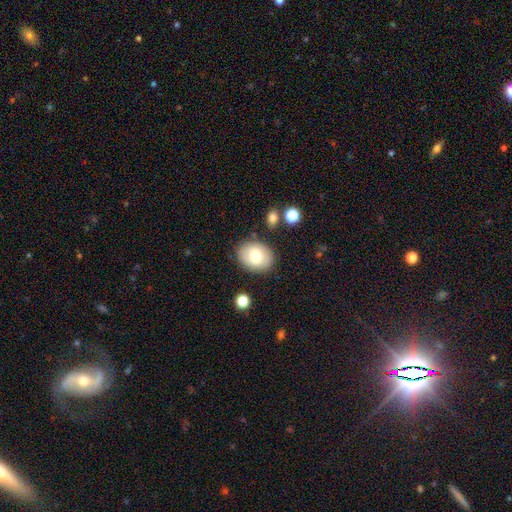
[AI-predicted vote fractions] Smooth or featured: smooth — 73% (featured or disk — 19%)
How rounded: in between — 64% (round — 36%)
Merging: none — 83% (minor disturbance — 11%)